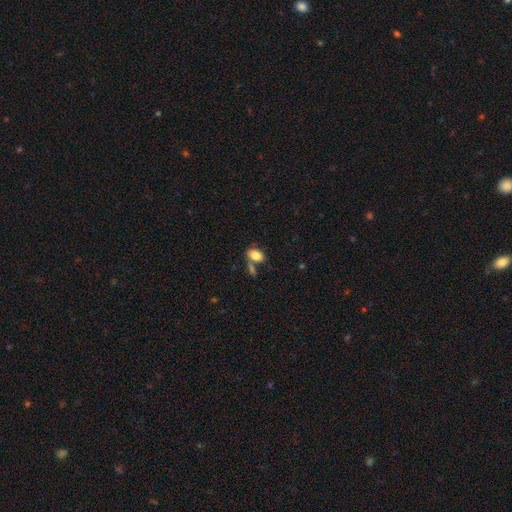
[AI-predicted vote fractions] Q: Smooth or featured?
A: smooth (82%); runner-up: featured or disk (10%)
Q: How rounded?
A: in between (90%); runner-up: round (8%)
Q: Merging?
A: none (55%); runner-up: merger (25%)